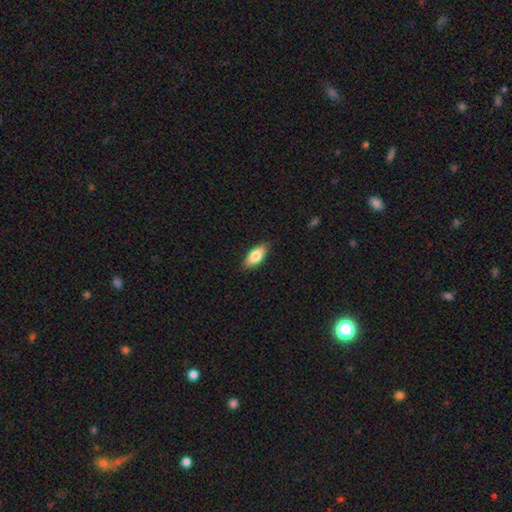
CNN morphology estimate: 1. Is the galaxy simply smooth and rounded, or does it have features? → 78% smooth, 16% featured or disk, 6% star or artifact.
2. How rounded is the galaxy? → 83% in between, 14% cigar-shaped, 3% round.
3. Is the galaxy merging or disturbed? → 87% none, 10% minor disturbance, 2% major disturbance, 1% merger.